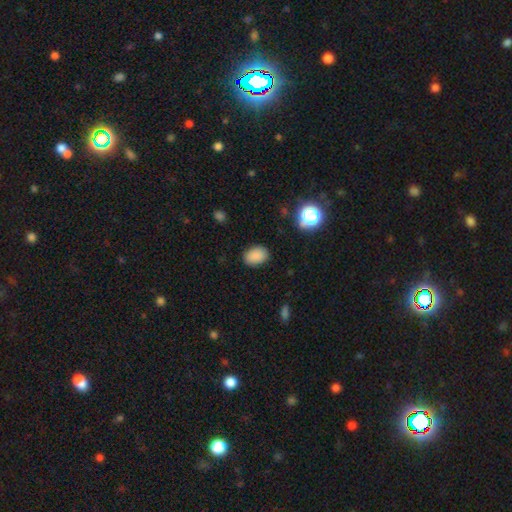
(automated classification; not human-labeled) This appears to be a smooth galaxy with no disk features (85%) that is in between round and cigar-shaped (82%). Merging: none (86%).